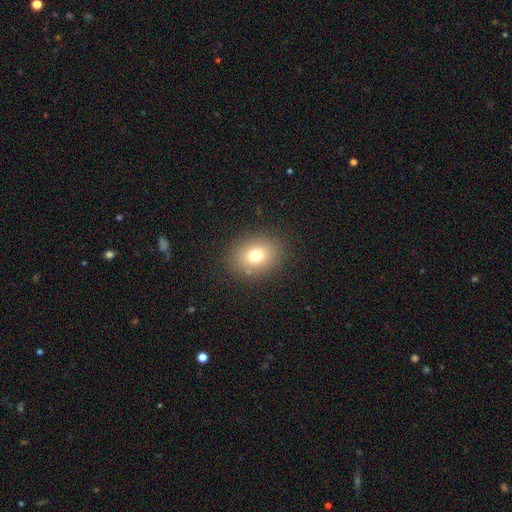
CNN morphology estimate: A smooth galaxy with no disk features (75%) that is in between round and cigar-shaped (51%).

Vote fractions:
- Smooth or featured? smooth: 75% / star or artifact: 13% / featured or disk: 11%
- How rounded? in between: 51% / round: 49% / cigar-shaped: 1%
- Merging? none: 87% / minor disturbance: 8% / major disturbance: 3% / merger: 1%